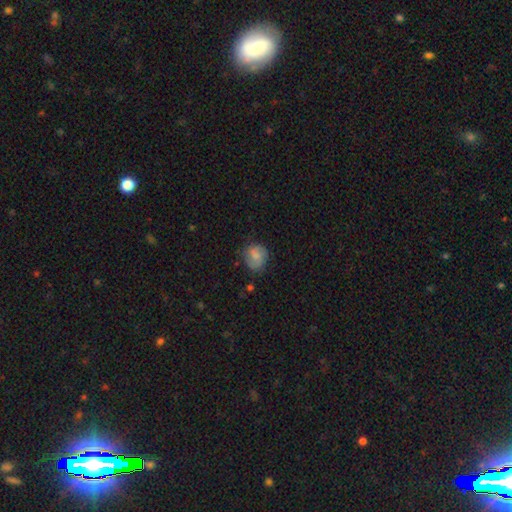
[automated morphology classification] type=smooth (60%); roundness=round (72%); merging=none (67%).